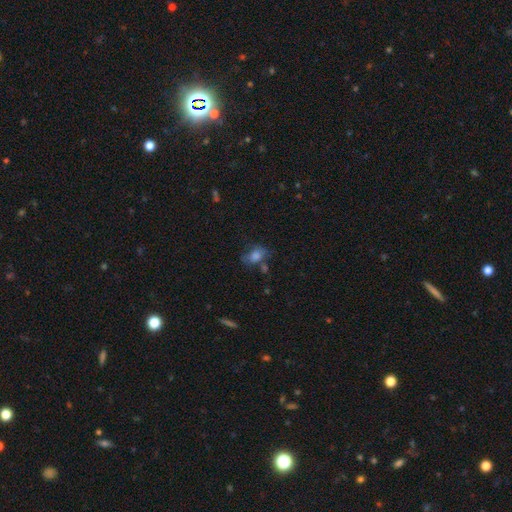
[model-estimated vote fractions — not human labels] smooth-or-featured: smooth: 67% | featured or disk: 19% | star or artifact: 14%
  how-rounded: in between: 72% | round: 26% | cigar-shaped: 2%
  merging: none: 52% | minor disturbance: 25% | major disturbance: 13% | merger: 10%